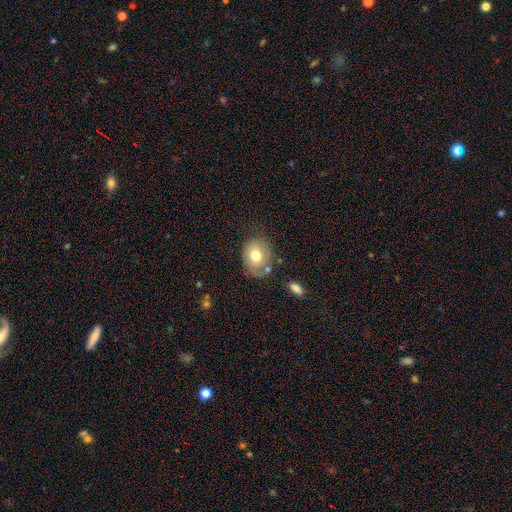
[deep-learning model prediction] Overall: smooth (67%). How rounded: round (52%; in between 47%). Merging: none (56%; minor disturbance 26%).